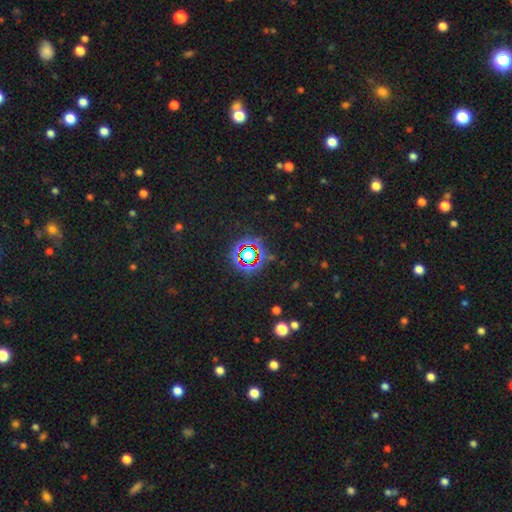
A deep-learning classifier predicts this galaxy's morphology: smooth_or_featured: star or artifact (p=0.75) [alt: smooth p=0.16]